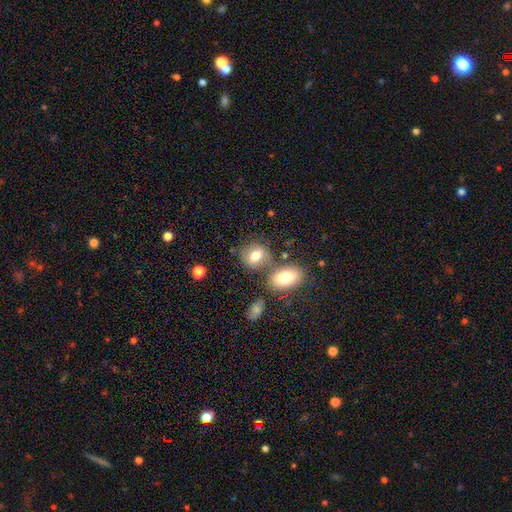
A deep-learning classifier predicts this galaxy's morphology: smooth 74%, featured or disk 16%, star or artifact 10%. Down the decision tree: how rounded — in between (56%); merging — none (59%).